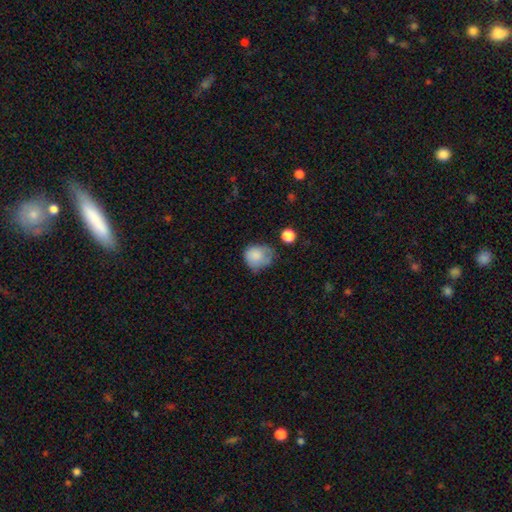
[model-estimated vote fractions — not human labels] A smooth galaxy with no disk features (78%) that is round (67%). Merging: none (41%).